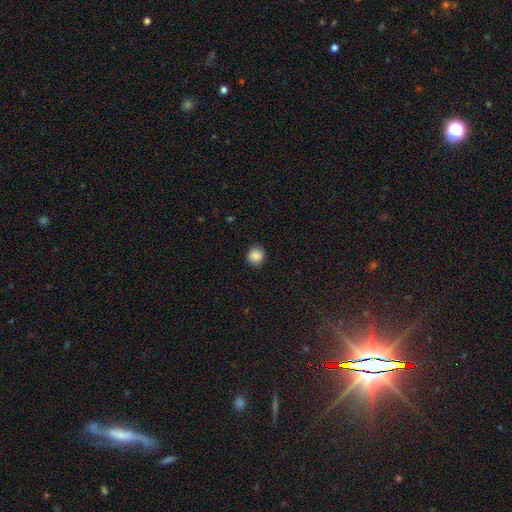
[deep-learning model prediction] smooth-or-featured: smooth: 88% | star or artifact: 9% | featured or disk: 3%
  how-rounded: round: 88% | in between: 11% | cigar-shaped: 1%
  merging: none: 88% | minor disturbance: 8% | major disturbance: 2% | merger: 1%